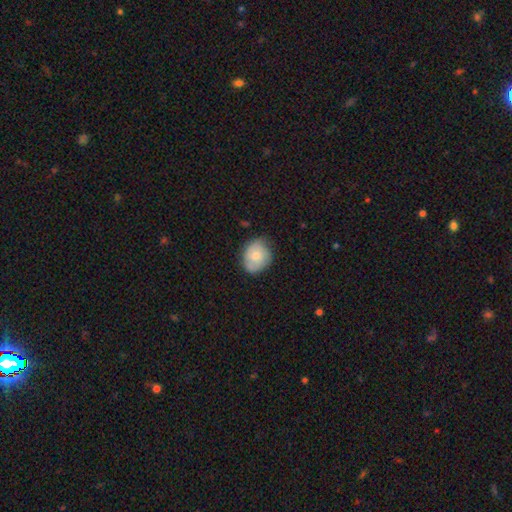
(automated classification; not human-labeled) Smooth or featured? Predicted: smooth (p=0.67). How rounded? Predicted: round (p=0.62). Merging? Predicted: none (p=0.69).